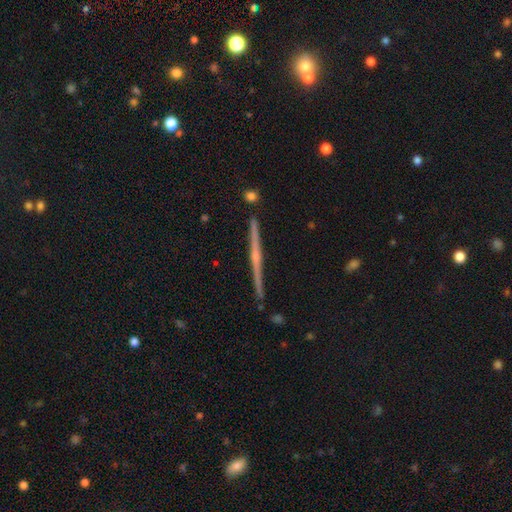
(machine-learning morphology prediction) Q: Smooth or featured?
A: featured or disk (72%); runner-up: smooth (19%)
Q: Edge-on disk?
A: yes (98%); runner-up: no (2%)
Q: Edge-on bulge?
A: rounded (52%); runner-up: none (39%)
Q: Merging?
A: none (89%); runner-up: minor disturbance (7%)